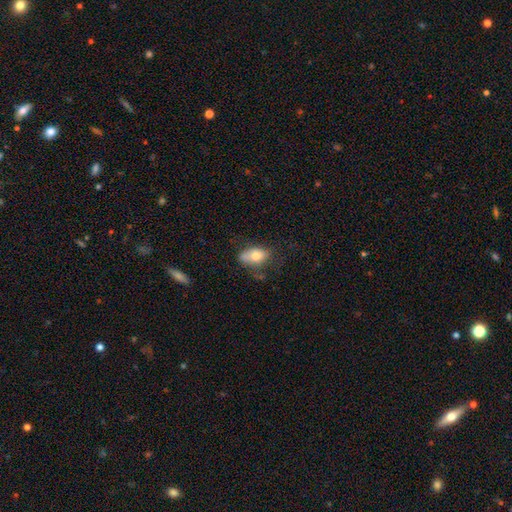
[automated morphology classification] Smooth or featured?
  - smooth: 74% *
  - featured or disk: 19%
  - star or artifact: 8%
How rounded?
  - in between: 88% *
  - round: 7%
  - cigar-shaped: 5%
Merging?
  - none: 50% *
  - minor disturbance: 32%
  - major disturbance: 13%
  - merger: 5%